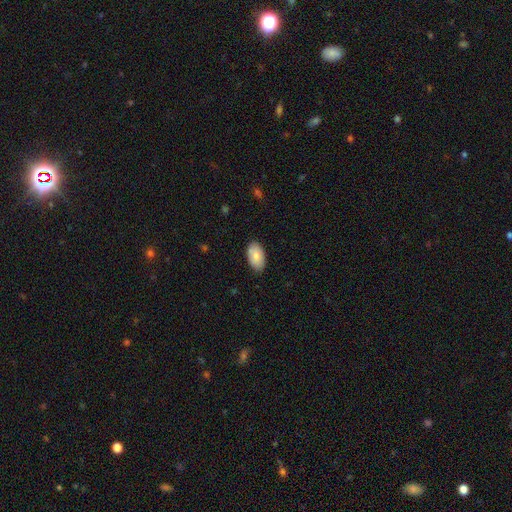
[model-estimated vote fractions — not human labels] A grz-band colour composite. It shows a smooth galaxy with no disk features (83%) that is in between round and cigar-shaped (95%). Merging: none (84%).